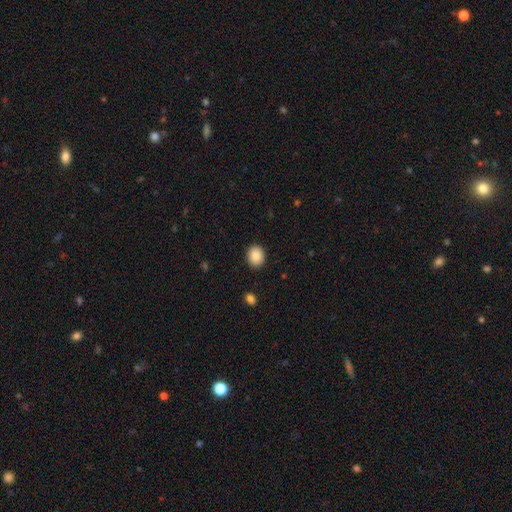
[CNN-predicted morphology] The model was most divided on "how rounded": round: 63%, in between: 36%, cigar-shaped: 1%. More confident: merging — none (90%); smooth or featured — smooth (88%).